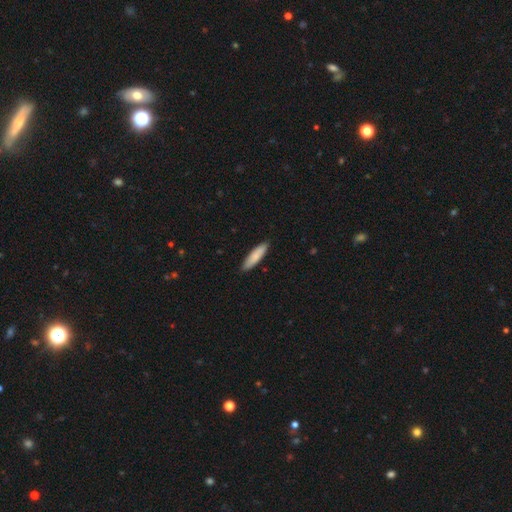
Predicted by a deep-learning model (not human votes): Overall: smooth (85%). How rounded: cigar-shaped (71%). Merging: none (89%).